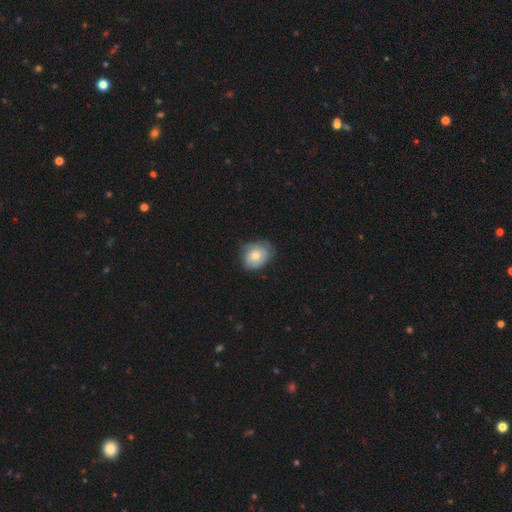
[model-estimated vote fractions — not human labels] Smooth or featured? Predicted: smooth (p=0.71). How rounded? Predicted: in between (p=0.58). Merging? Predicted: none (p=0.61).